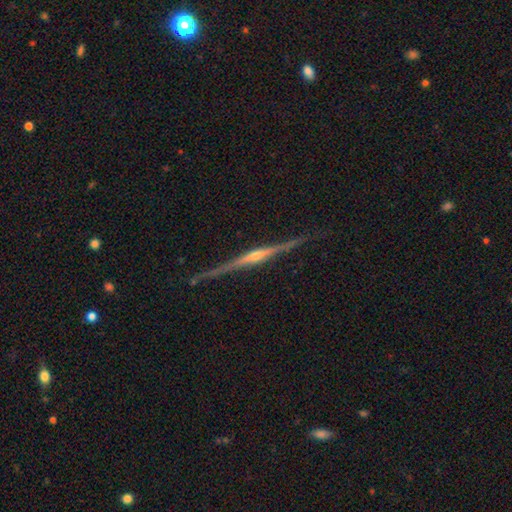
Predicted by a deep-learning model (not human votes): Smooth or featured: featured or disk — 88% (smooth — 7%)
Edge-on disk: yes — 98% (no — 2%)
Edge-on bulge: rounded — 83% (none — 9%)
Merging: none — 89% (minor disturbance — 8%)